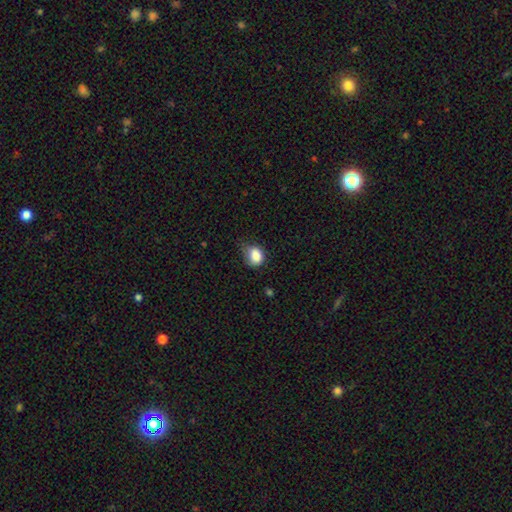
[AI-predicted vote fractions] smooth-or-featured: smooth: 85% | star or artifact: 9% | featured or disk: 6%
  how-rounded: in between: 52% | round: 47% | cigar-shaped: 1%
  merging: none: 43% | minor disturbance: 41% | major disturbance: 14% | merger: 2%